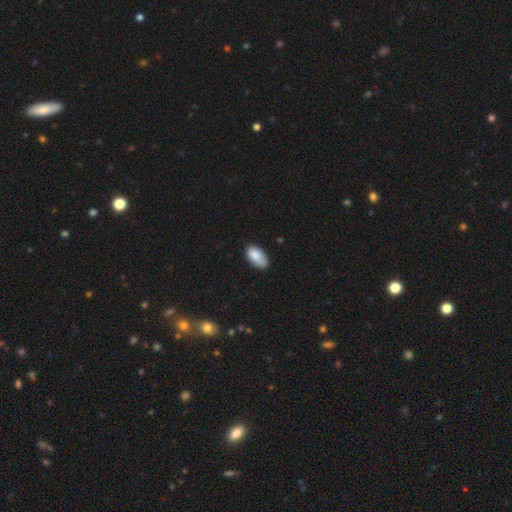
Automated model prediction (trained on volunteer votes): Morphology: type=smooth (87%); roundness=in between (95%); merging=none (75%).